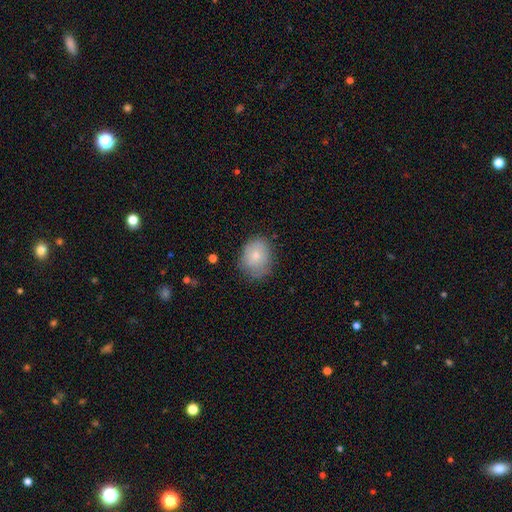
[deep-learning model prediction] Overall: smooth (76%). How rounded: in between (59%; round 40%). Merging: none (69%).